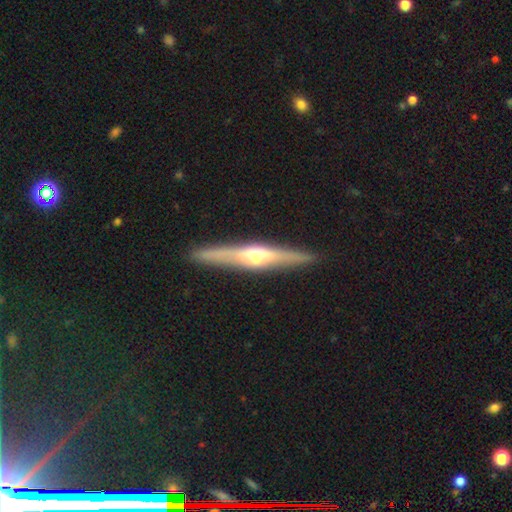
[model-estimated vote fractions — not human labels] Overall: featured or disk (72%). Edge-on disk: yes (96%). Edge-on bulge: rounded (93%). Merging: none (90%).